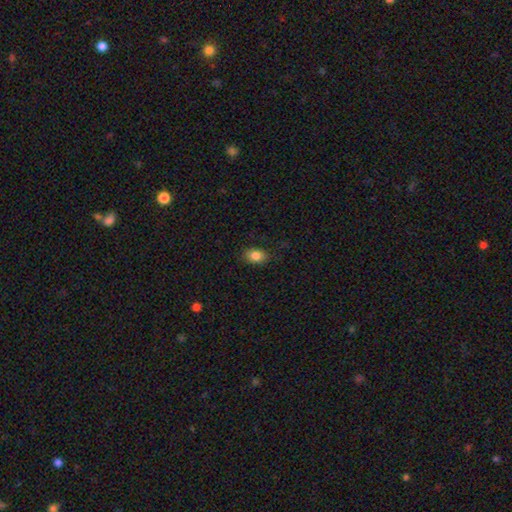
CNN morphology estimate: Smooth or featured? Predicted: smooth (p=0.84). How rounded? Predicted: in between (p=0.81). Merging? Predicted: none (p=0.83).